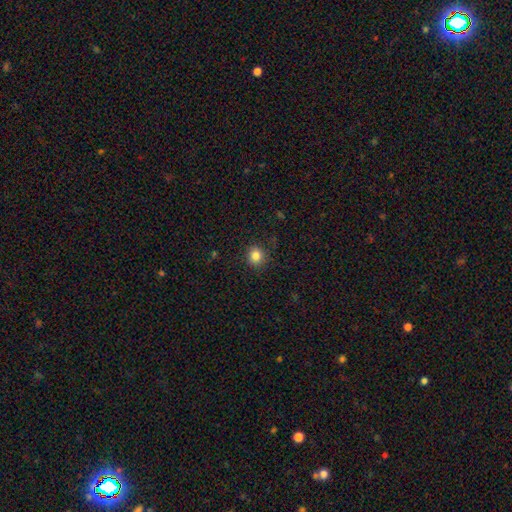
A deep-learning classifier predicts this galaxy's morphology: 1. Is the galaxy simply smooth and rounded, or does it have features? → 84% smooth, 11% star or artifact, 5% featured or disk.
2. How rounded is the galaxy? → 87% round, 13% in between, 1% cigar-shaped.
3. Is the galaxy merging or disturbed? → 89% none, 8% minor disturbance, 2% major disturbance, 1% merger.